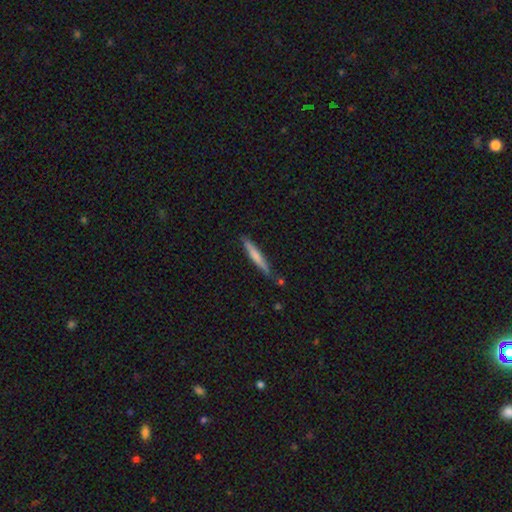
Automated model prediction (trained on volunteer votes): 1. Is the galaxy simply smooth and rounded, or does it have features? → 67% smooth, 27% featured or disk, 5% star or artifact.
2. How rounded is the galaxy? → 94% cigar-shaped, 5% in between, 1% round.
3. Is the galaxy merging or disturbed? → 77% none, 17% minor disturbance, 3% merger, 3% major disturbance.